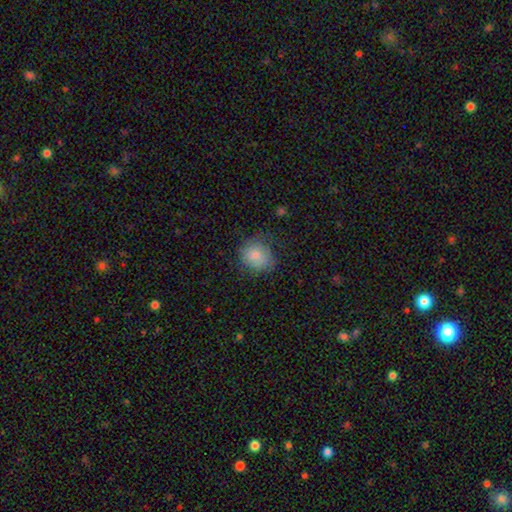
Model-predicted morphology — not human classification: smooth 81%, featured or disk 11%, star or artifact 8%. Down the decision tree: how rounded — round (77%); merging — none (64%).